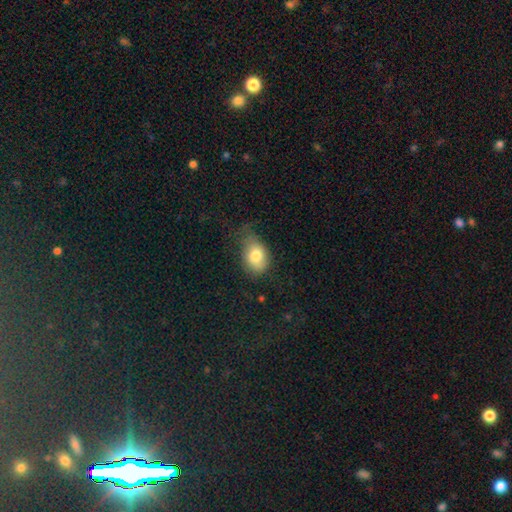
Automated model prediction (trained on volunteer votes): The model was most divided on "merging": none: 46%, minor disturbance: 37%, major disturbance: 15%, merger: 2%. More confident: smooth or featured — smooth (79%); how rounded — in between (77%).